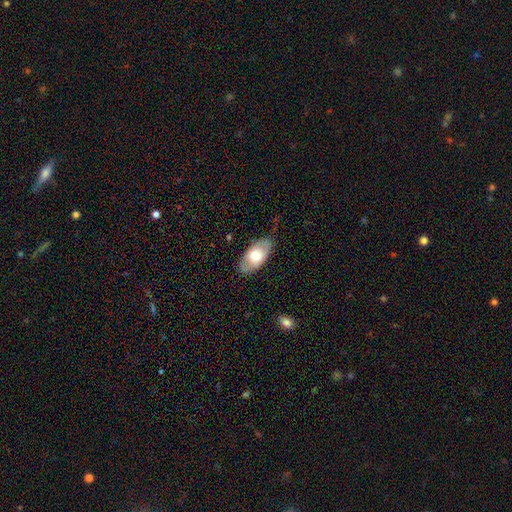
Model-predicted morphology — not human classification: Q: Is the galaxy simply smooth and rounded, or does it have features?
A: smooth — 58%.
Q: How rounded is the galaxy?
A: in between — 92%.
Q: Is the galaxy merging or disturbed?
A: none — 75%.